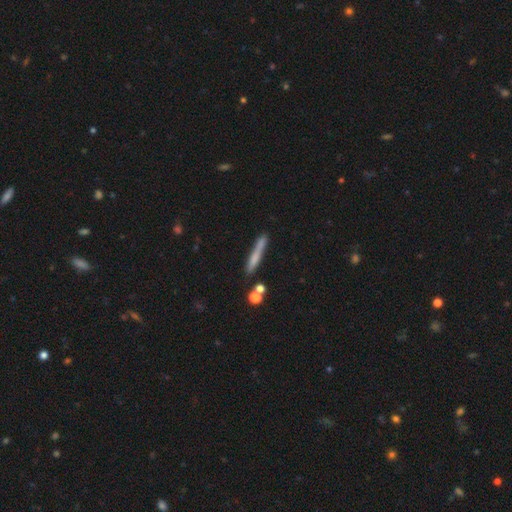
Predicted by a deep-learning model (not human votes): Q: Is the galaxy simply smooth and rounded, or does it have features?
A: smooth — 59%.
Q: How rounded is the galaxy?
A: cigar-shaped — 93%.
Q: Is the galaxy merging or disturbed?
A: none — 75%.